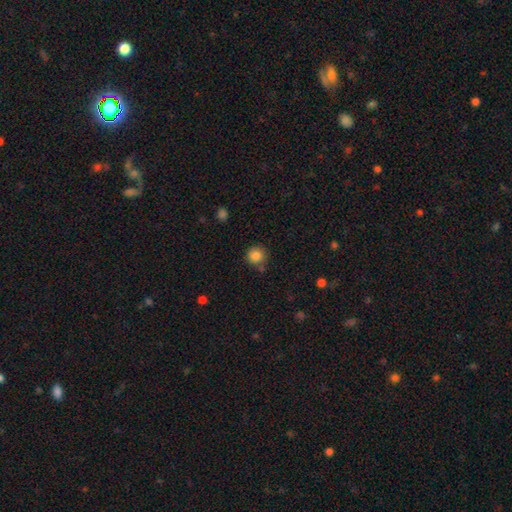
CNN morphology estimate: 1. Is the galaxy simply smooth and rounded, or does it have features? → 85% smooth, 10% star or artifact, 5% featured or disk.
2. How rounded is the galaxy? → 93% round, 6% in between, 1% cigar-shaped.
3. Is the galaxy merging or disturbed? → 77% none, 13% minor disturbance, 7% merger, 3% major disturbance.